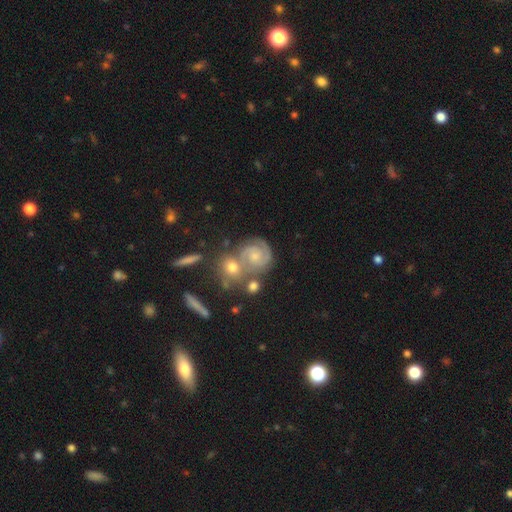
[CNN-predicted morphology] Smooth or featured? Predicted: featured or disk (p=0.81). Edge-on disk? Predicted: no (p=0.98). Bar? Predicted: no (p=0.71). Spiral arms? Predicted: yes (p=0.96). Spiral winding? Predicted: tight (p=0.62). Spiral arm count? Predicted: 2 (p=0.72). Bulge size? Predicted: small (p=0.55). Merging? Predicted: none (p=0.51).